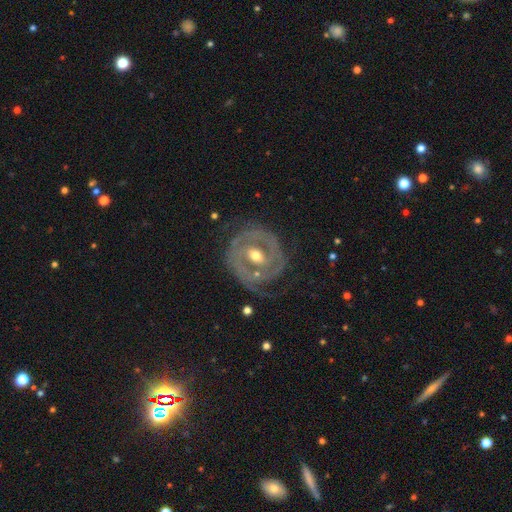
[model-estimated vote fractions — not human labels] The model was most divided on "bar": weak: 40%, no: 39%, strong: 21%. More confident: edge-on disk — no (97%); smooth or featured — featured or disk (86%); spiral arms — yes (85%); bulge size — moderate (70%); spiral winding — tight (66%); merging — none (65%); spiral arm count — 2 (52%).